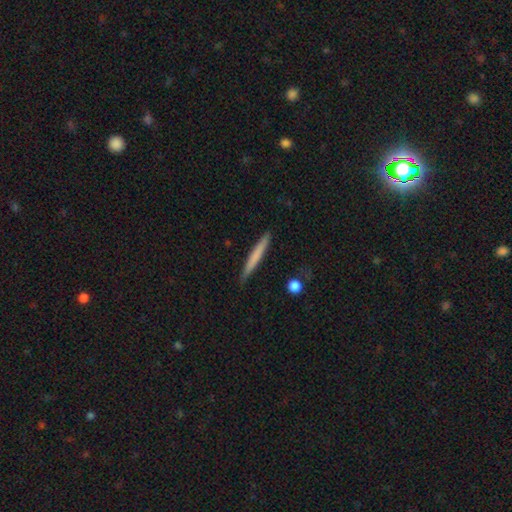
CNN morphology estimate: Overall: smooth (66%; featured or disk 29%). How rounded: cigar-shaped (97%). Merging: none (87%).